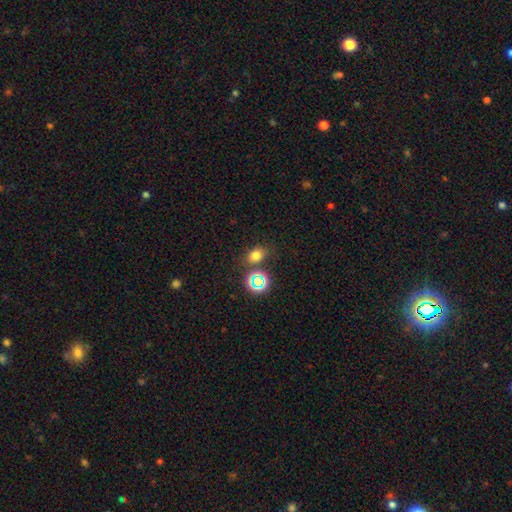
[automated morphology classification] Smooth or featured: smooth — 71% (star or artifact — 22%)
How rounded: in between — 54% (round — 45%)
Merging: none — 74% (minor disturbance — 11%)